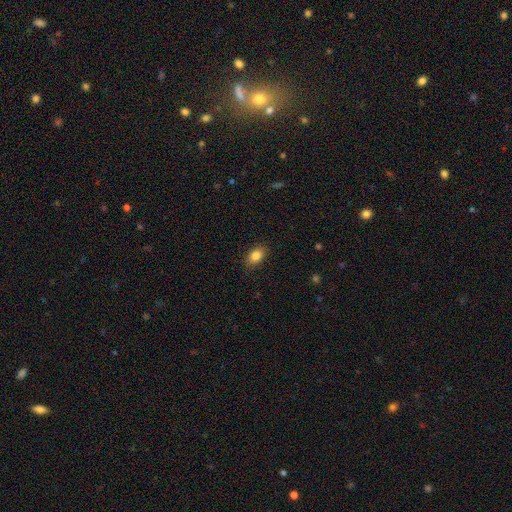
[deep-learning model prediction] Morphology: type=smooth (85%); roundness=in between (84%); merging=none (86%).